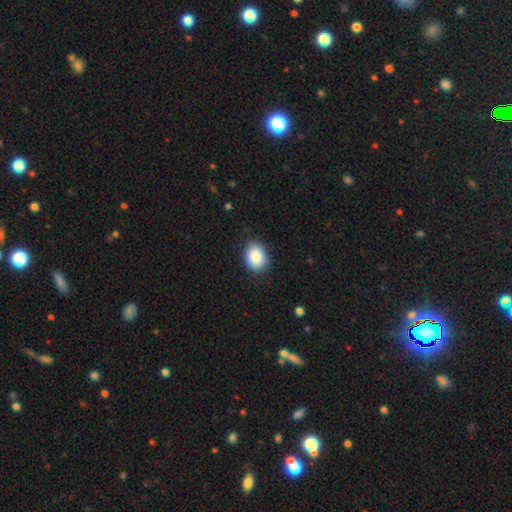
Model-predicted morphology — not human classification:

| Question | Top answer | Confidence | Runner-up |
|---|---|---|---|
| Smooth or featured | smooth | 87% | star or artifact (7%) |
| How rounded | in between | 72% | round (27%) |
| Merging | none | 84% | minor disturbance (12%) |